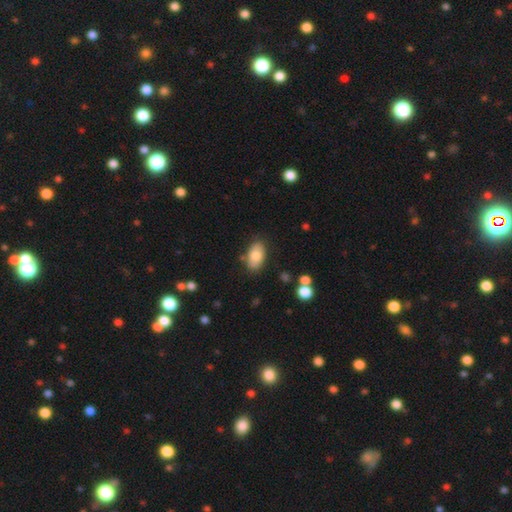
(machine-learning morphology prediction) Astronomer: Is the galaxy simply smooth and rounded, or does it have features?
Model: smooth — 78%.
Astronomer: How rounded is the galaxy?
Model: in between — 93%.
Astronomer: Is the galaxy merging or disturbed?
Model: none — 79%.